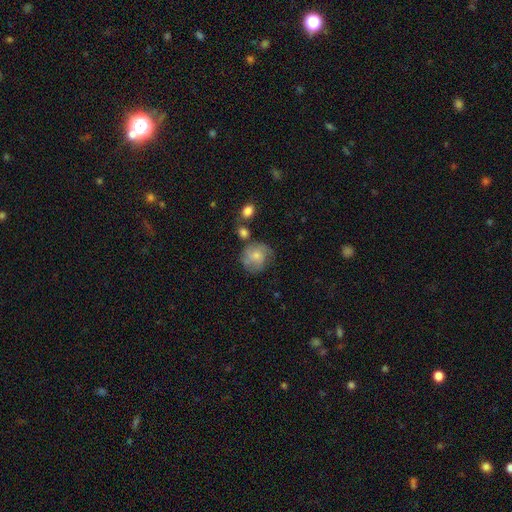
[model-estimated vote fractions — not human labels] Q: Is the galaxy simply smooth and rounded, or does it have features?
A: smooth — 58%.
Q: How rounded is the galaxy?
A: round — 80%.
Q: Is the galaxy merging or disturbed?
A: none — 53%.